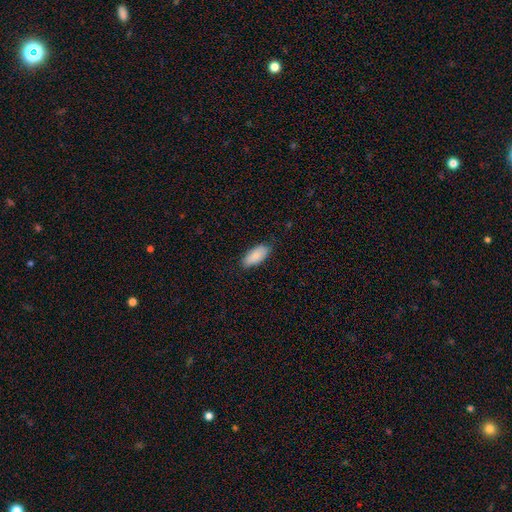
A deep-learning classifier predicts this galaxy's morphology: Smooth or featured? smooth (86%)
How rounded? in between (89%)
Merging? none (83%)